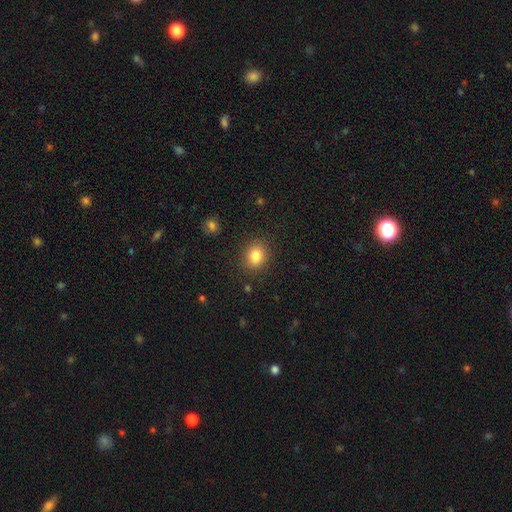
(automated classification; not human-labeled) smooth-or-featured: smooth: 82% | star or artifact: 10% | featured or disk: 7%
  how-rounded: round: 54% | in between: 45% | cigar-shaped: 1%
  merging: none: 86% | minor disturbance: 10% | major disturbance: 3% | merger: 2%